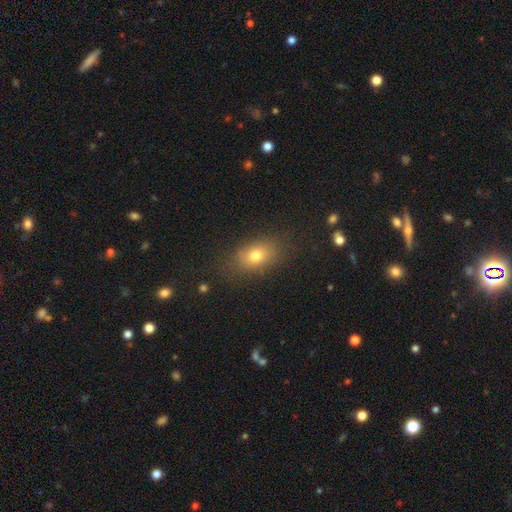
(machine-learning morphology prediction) Smooth or featured: smooth — 75% (featured or disk — 13%)
How rounded: in between — 76% (round — 21%)
Merging: none — 80% (minor disturbance — 14%)